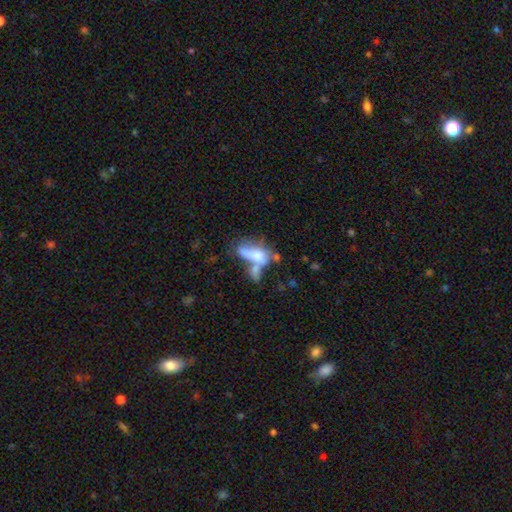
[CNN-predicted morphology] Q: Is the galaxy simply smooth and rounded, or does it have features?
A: smooth — 54%.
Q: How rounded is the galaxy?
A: in between — 70%.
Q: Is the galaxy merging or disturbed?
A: merger — 50%.